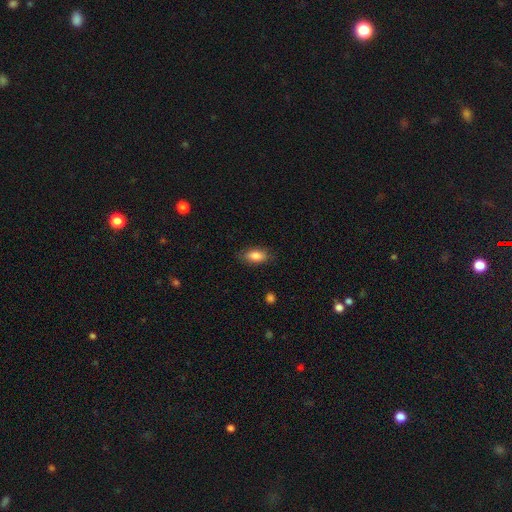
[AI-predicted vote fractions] Smooth or featured?
  - smooth: 84% *
  - featured or disk: 9%
  - star or artifact: 7%
How rounded?
  - in between: 89% *
  - cigar-shaped: 6%
  - round: 4%
Merging?
  - none: 83% *
  - minor disturbance: 13%
  - major disturbance: 3%
  - merger: 1%